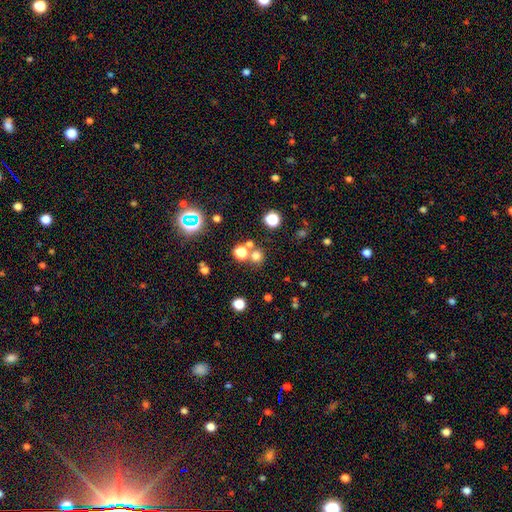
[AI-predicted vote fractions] Smooth or featured? smooth (66%)
How rounded? round (90%)
Merging? none (69%)